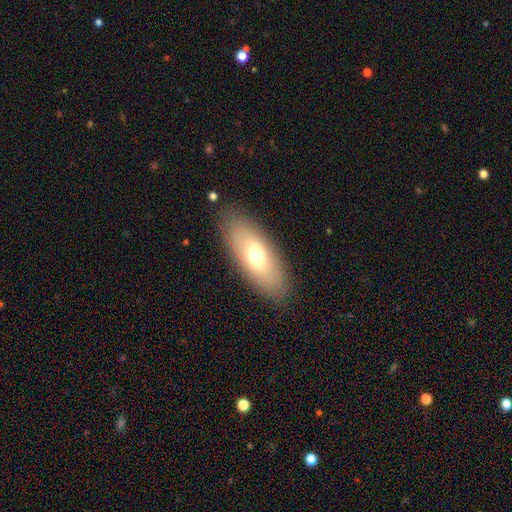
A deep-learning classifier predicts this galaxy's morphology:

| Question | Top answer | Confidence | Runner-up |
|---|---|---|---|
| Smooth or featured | smooth | 61% | featured or disk (32%) |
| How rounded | in between | 81% | cigar-shaped (16%) |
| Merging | none | 86% | minor disturbance (9%) |